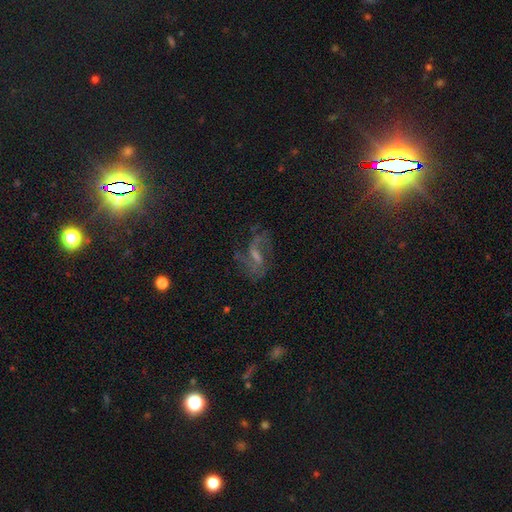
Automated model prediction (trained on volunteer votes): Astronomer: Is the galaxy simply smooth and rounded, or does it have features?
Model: featured or disk — 71%.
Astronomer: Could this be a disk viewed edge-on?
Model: no — 94%.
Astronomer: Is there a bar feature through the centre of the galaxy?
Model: weak — 51% (runner-up: strong, 27%).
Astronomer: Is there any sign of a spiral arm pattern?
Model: yes — 86%.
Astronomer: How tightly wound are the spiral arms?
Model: loose — 49% (runner-up: medium, 39%).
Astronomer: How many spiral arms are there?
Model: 2 — 69%.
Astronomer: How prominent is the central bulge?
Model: small — 38% (runner-up: none, 28%).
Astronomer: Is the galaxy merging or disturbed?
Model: none — 56%.